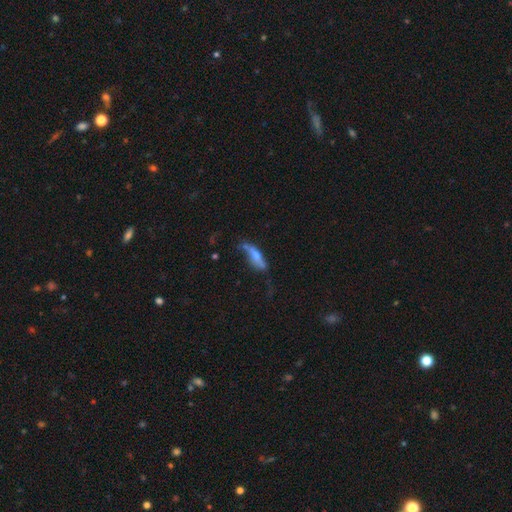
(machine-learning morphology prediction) Smooth or featured?
  - smooth: 47% *
  - featured or disk: 45%
  - star or artifact: 8%
Merging?
  - none: 43% *
  - minor disturbance: 30%
  - major disturbance: 19%
  - merger: 8%